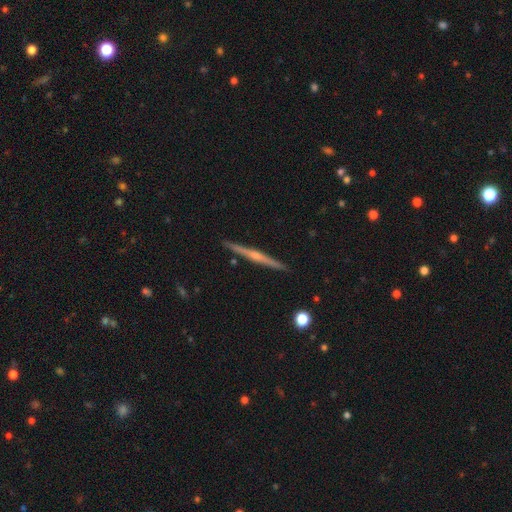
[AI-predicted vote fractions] Overall: featured or disk (78%). Edge-on disk: yes (98%). Edge-on bulge: rounded (74%). Merging: none (92%).